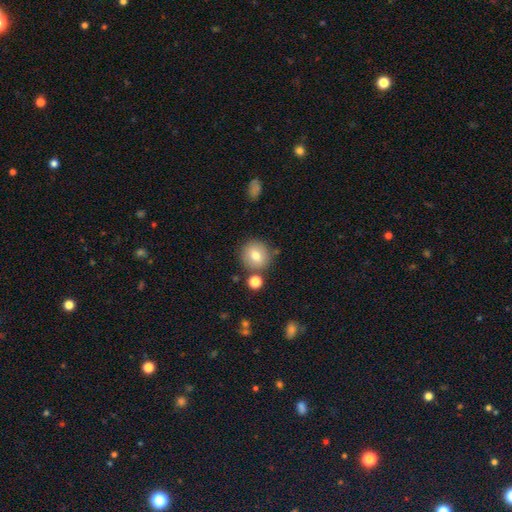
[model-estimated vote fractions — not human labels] Smooth or featured: smooth — 75% (featured or disk — 15%)
How rounded: round — 89% (in between — 10%)
Merging: none — 79% (minor disturbance — 9%)